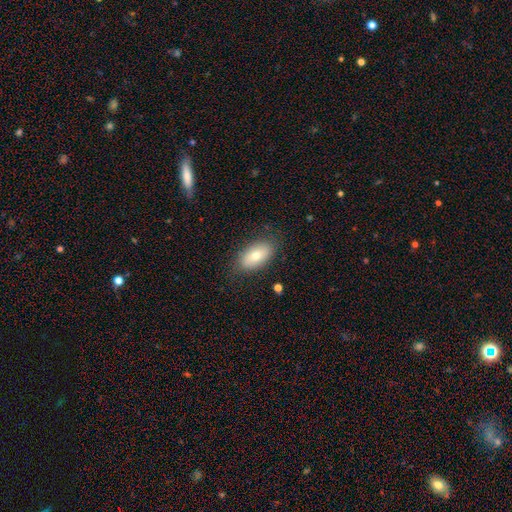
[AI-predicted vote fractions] Smooth or featured? smooth (73%)
How rounded? in between (92%)
Merging? none (81%)